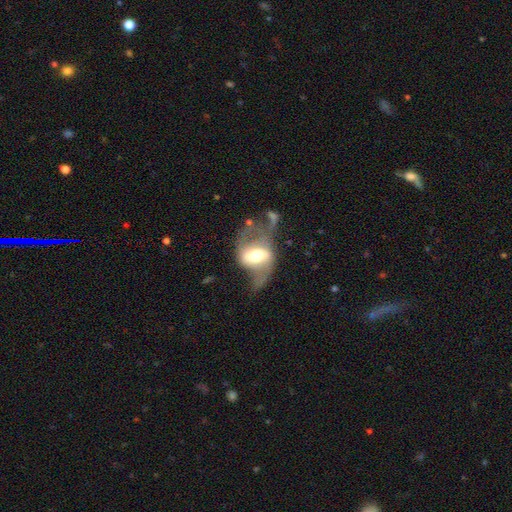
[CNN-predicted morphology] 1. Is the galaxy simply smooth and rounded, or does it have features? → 71% featured or disk, 23% smooth, 7% star or artifact.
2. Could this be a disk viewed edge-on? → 92% no, 8% yes.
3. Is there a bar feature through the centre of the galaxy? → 37% weak, 35% strong, 28% no.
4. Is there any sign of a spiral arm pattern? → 69% yes, 31% no.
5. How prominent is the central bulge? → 55% moderate, 31% large, 8% small, 4% dominant, 1% none.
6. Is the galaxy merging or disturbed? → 39% major disturbance, 32% none, 18% minor disturbance, 12% merger.